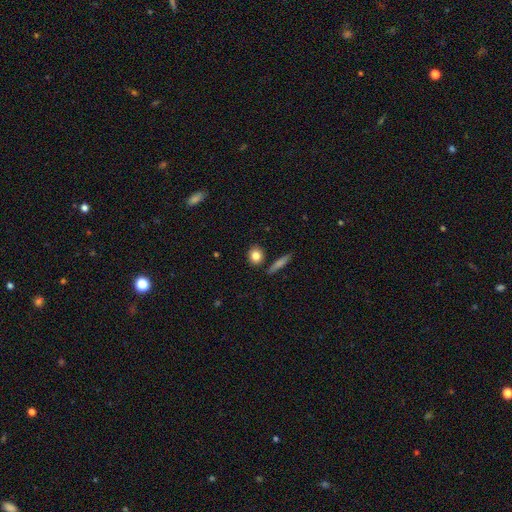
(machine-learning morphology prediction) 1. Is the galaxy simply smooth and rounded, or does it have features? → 83% smooth, 9% featured or disk, 8% star or artifact.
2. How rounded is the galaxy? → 65% round, 30% in between, 5% cigar-shaped.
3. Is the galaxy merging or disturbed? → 84% none, 9% minor disturbance, 5% merger, 2% major disturbance.